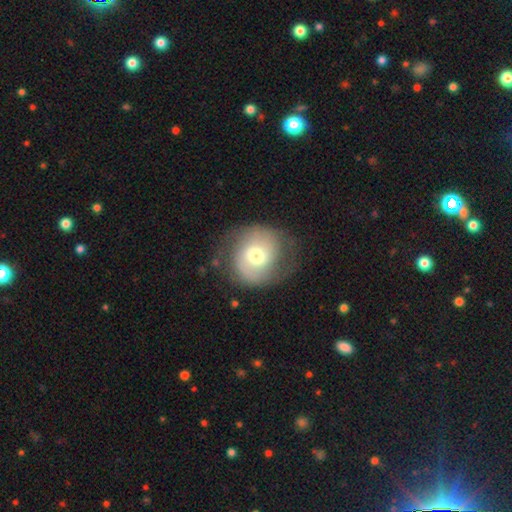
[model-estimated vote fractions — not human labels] Smooth or featured? featured or disk (59%)
Edge-on disk? no (97%)
Bar? weak (46%)
Spiral arms? yes (82%)
Bulge size? moderate (67%)
Merging? none (67%)